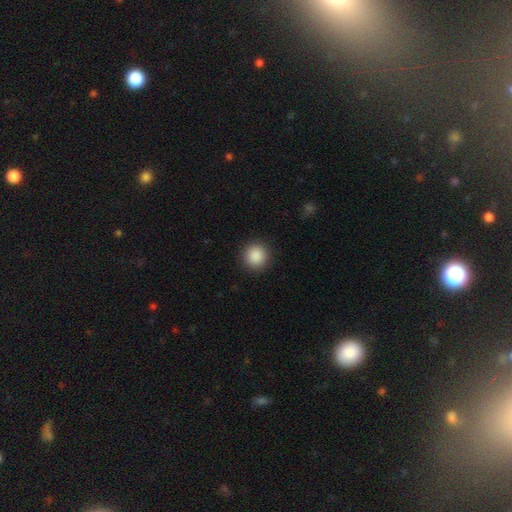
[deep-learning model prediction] A smooth galaxy with no disk features (89%) that is round (94%).

Vote fractions:
- Smooth or featured? smooth: 89% / star or artifact: 8% / featured or disk: 3%
- How rounded? round: 94% / in between: 5% / cigar-shaped: 1%
- Merging? none: 92% / minor disturbance: 5% / major disturbance: 2% / merger: 1%